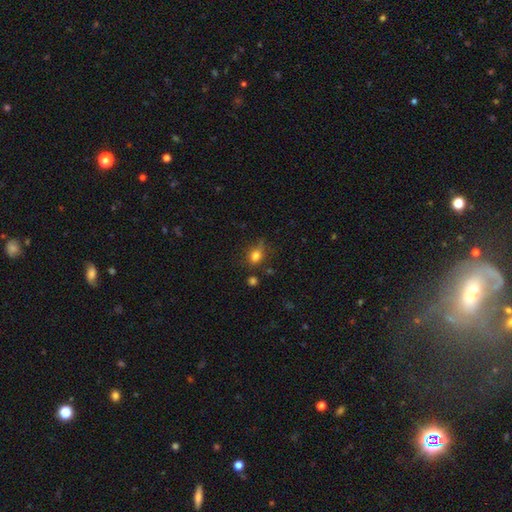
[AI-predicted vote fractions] Smooth or featured? Predicted: smooth (p=0.80). How rounded? Predicted: in between (p=0.53). Merging? Predicted: none (p=0.63).